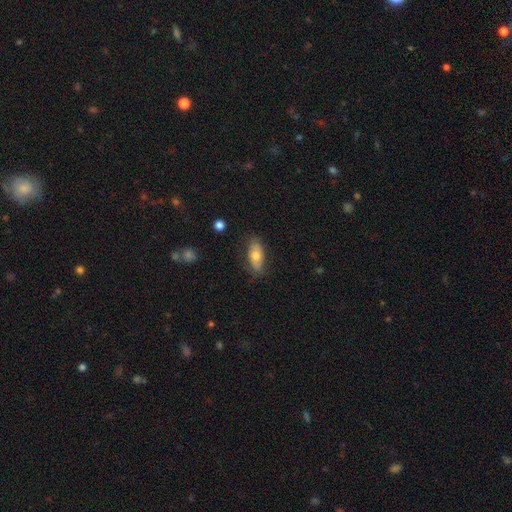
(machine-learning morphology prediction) This appears to be a smooth galaxy with no disk features (68%) that is in between round and cigar-shaped (86%). Merging: none (77%).